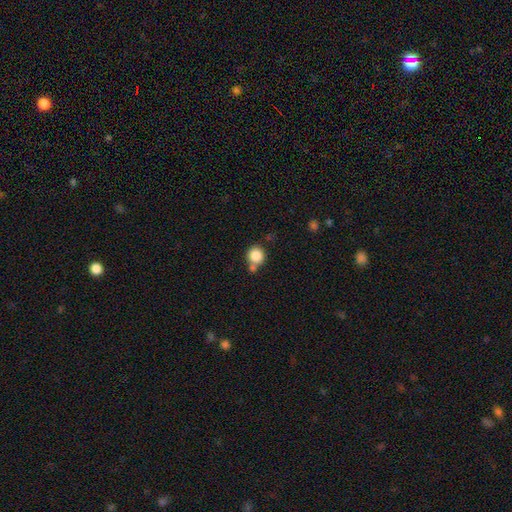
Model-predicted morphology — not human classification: This is clearly a smooth galaxy (85%). How rounded: clearly round (90%). Merging: likely none (60%).